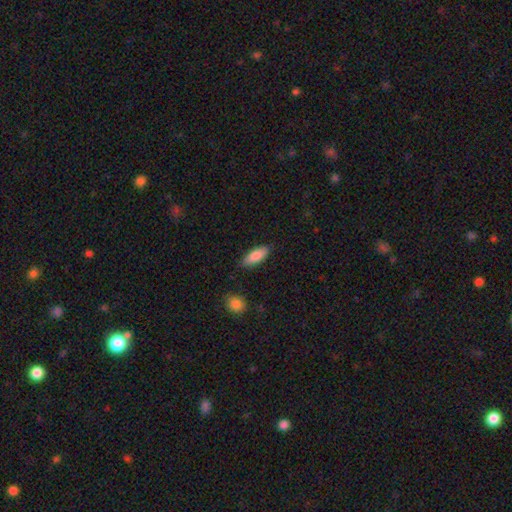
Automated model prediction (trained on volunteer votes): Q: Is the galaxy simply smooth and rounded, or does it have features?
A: smooth — 84%.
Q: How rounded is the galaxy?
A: in between — 73%.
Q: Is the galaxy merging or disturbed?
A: none — 84%.